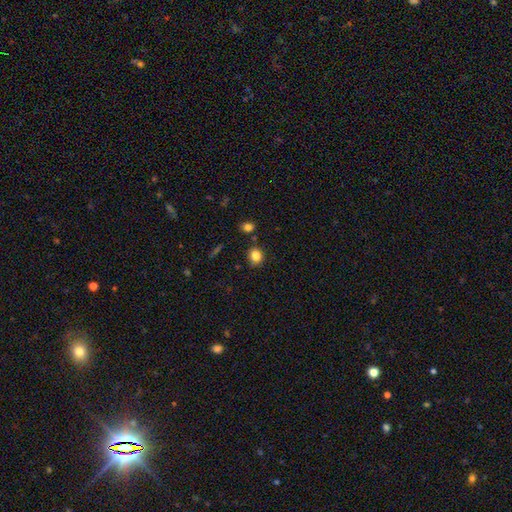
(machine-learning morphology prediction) smooth_or_featured: smooth (p=0.84) [alt: star or artifact p=0.11]
how_rounded: round (p=0.67) [alt: in between p=0.32]
merging: none (p=0.79) [alt: minor disturbance p=0.13]